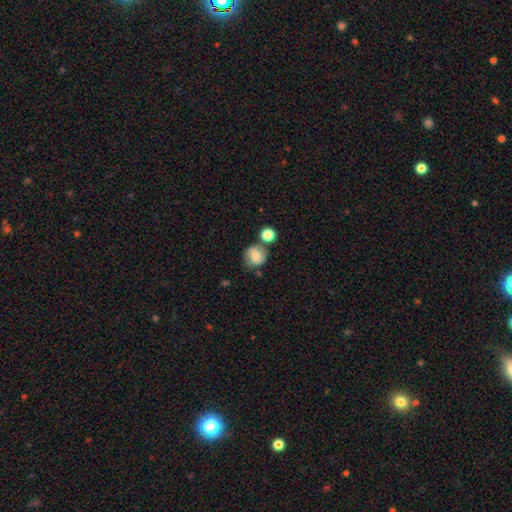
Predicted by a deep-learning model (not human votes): This appears to be a smooth galaxy with no disk features (63%) that is round (84%). Merging: none (64%).